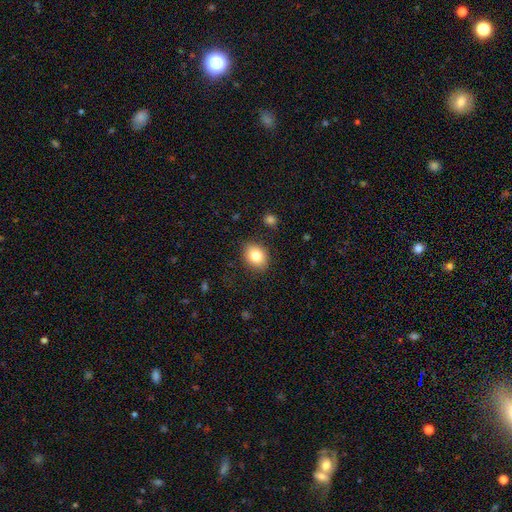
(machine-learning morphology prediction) The model was most divided on "how rounded": in between: 53%, round: 46%, cigar-shaped: 1%. More confident: merging — none (87%); smooth or featured — smooth (82%).